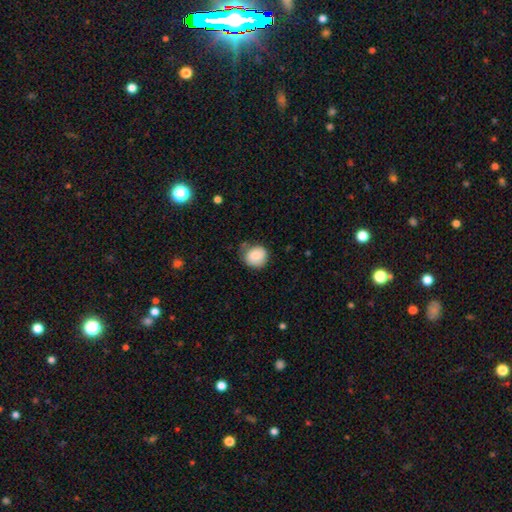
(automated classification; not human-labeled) Q: Smooth or featured?
A: smooth (83%); runner-up: featured or disk (9%)
Q: How rounded?
A: round (84%); runner-up: in between (15%)
Q: Merging?
A: none (67%); runner-up: minor disturbance (25%)